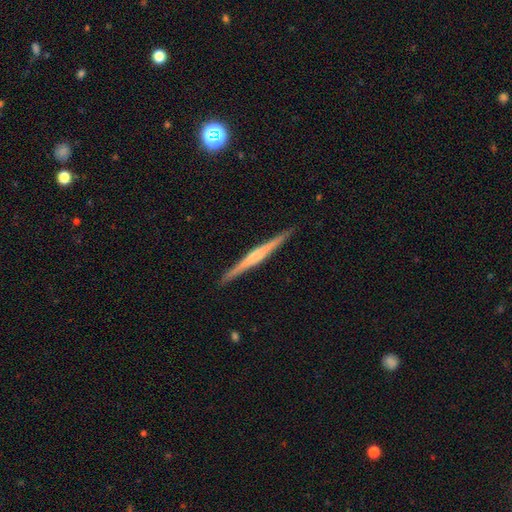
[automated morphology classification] type=featured or disk (73%); edge-on=yes (98%); edge-on bulge=rounded (58%); merging=none (92%).